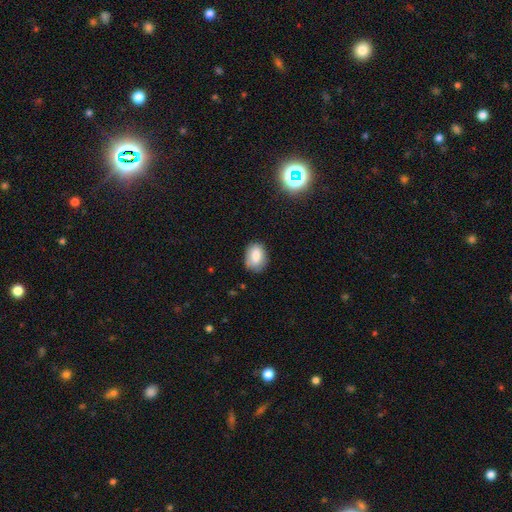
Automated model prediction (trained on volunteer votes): Overall: smooth (82%). How rounded: in between (77%). Merging: none (72%).